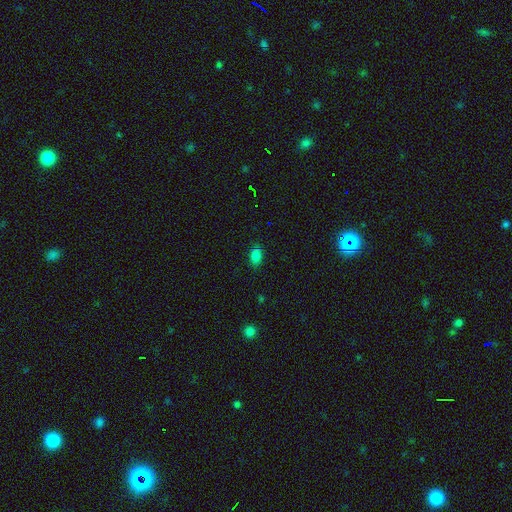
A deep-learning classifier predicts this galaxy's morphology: This appears to be a smooth galaxy with no disk features (81%) that is in between round and cigar-shaped (80%). Merging: none (85%).